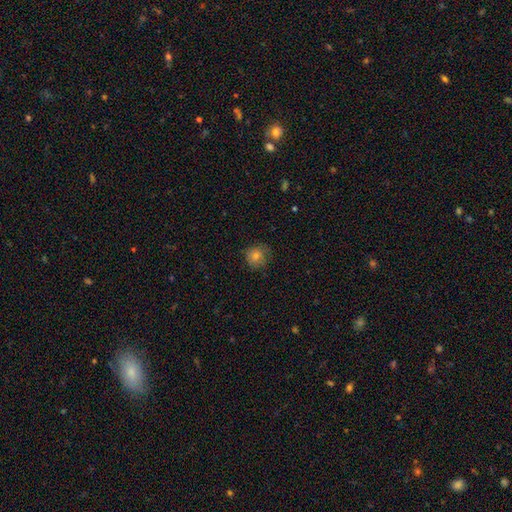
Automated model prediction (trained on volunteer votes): A smooth galaxy with no disk features (74%) that is round (90%). Merging: none (80%).